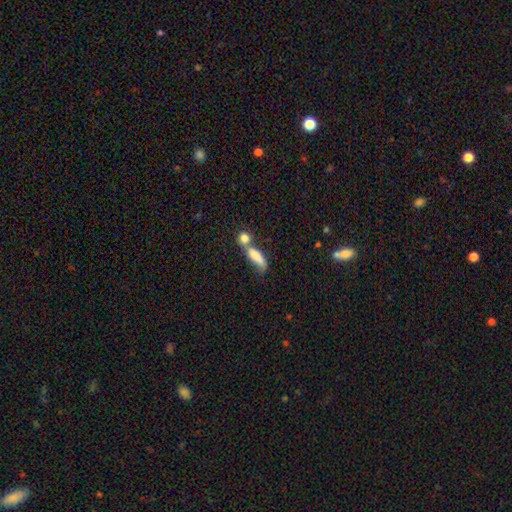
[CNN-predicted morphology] This appears to be a smooth galaxy with no disk features (77%) that is in between round and cigar-shaped (53%). Merging: merger (51%).